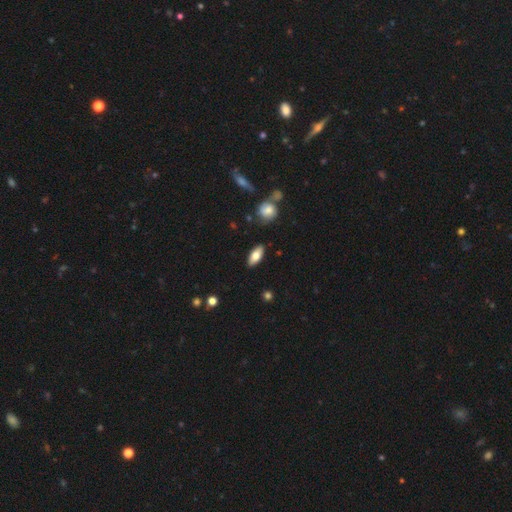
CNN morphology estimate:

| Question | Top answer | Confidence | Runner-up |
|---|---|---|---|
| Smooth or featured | smooth | 74% | featured or disk (20%) |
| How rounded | in between | 84% | cigar-shaped (14%) |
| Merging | none | 87% | minor disturbance (10%) |